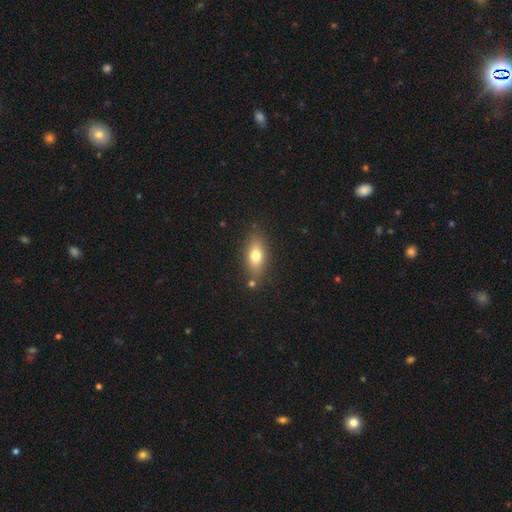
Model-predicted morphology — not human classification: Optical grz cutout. It shows a smooth galaxy with no disk features (75%) that is in between round and cigar-shaped (81%). Merging: none (79%).